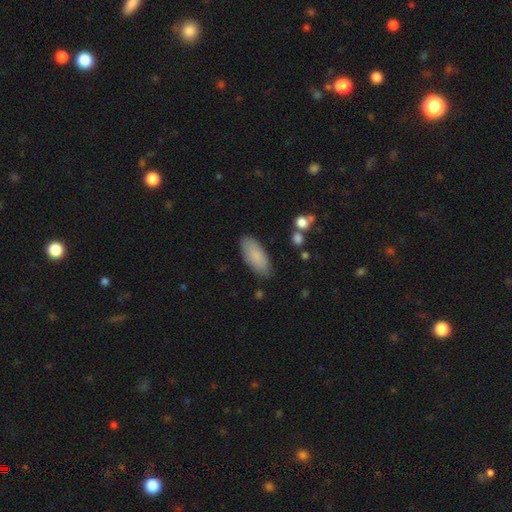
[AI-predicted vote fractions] The model was most divided on "how rounded": in between: 84%, cigar-shaped: 15%, round: 2%. More confident: smooth or featured — smooth (85%); merging — none (85%).